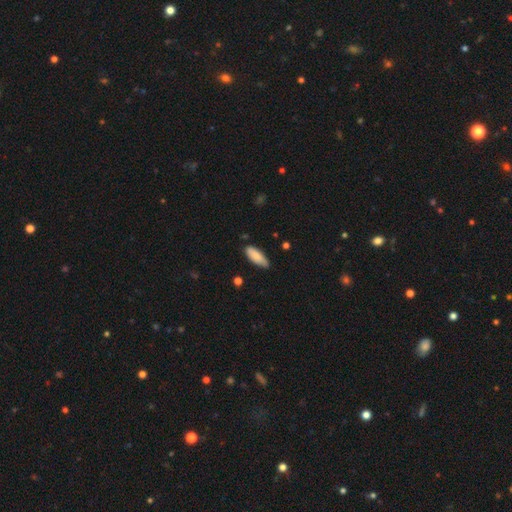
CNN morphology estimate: This appears to be a smooth galaxy with no disk features (85%) that is in between round and cigar-shaped (71%). Merging: none (72%).